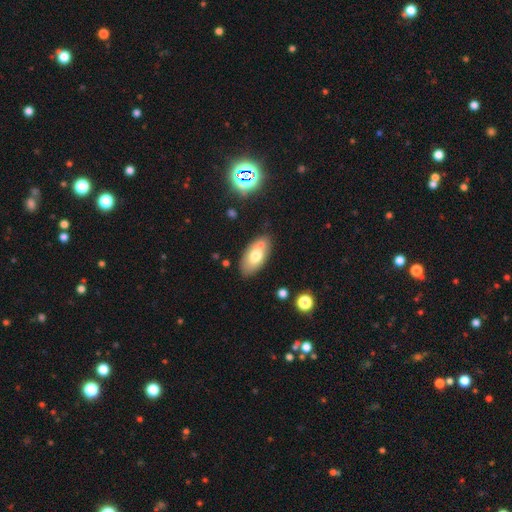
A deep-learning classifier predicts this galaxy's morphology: Smooth or featured?
  - smooth: 68% *
  - featured or disk: 24%
  - star or artifact: 8%
How rounded?
  - in between: 92% *
  - cigar-shaped: 4%
  - round: 4%
Merging?
  - none: 68% *
  - minor disturbance: 15%
  - merger: 14%
  - major disturbance: 4%